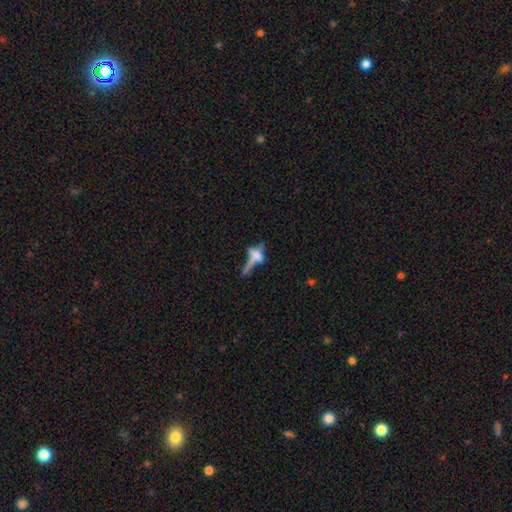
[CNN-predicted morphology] Smooth or featured: smooth — 46% (featured or disk — 39%)
Merging: merger — 33% (none — 30%)